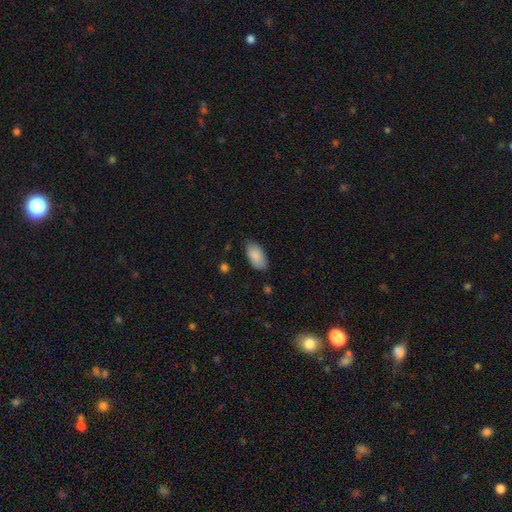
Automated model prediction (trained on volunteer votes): Q: Smooth or featured?
A: smooth (87%); runner-up: star or artifact (6%)
Q: How rounded?
A: in between (94%); runner-up: cigar-shaped (3%)
Q: Merging?
A: none (77%); runner-up: minor disturbance (18%)